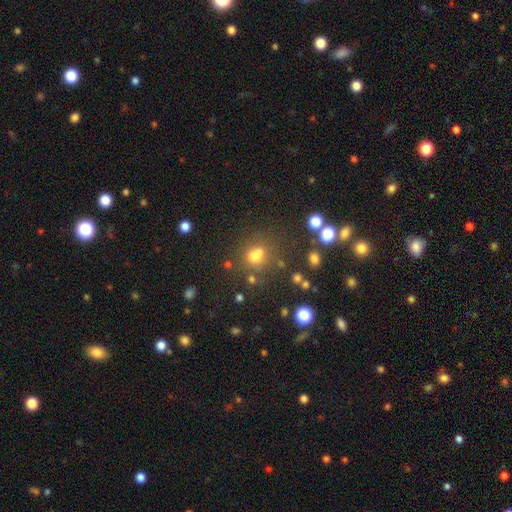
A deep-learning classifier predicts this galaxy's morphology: This appears to be a smooth galaxy with no disk features (66%) that is round (74%). Merging: none (56%).